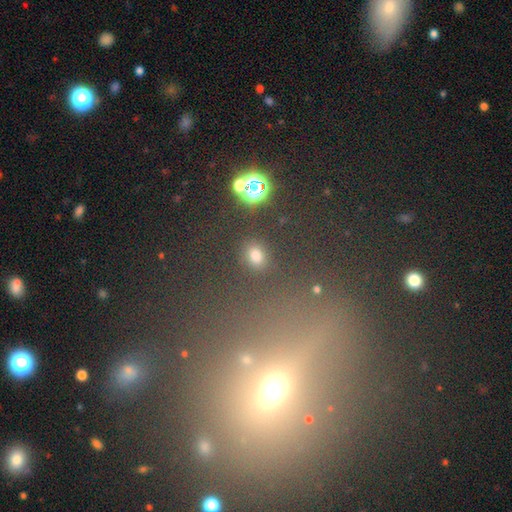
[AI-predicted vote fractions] Q: Smooth or featured?
A: smooth (72%); runner-up: star or artifact (22%)
Q: How rounded?
A: round (51%); runner-up: in between (47%)
Q: Merging?
A: none (86%); runner-up: minor disturbance (8%)